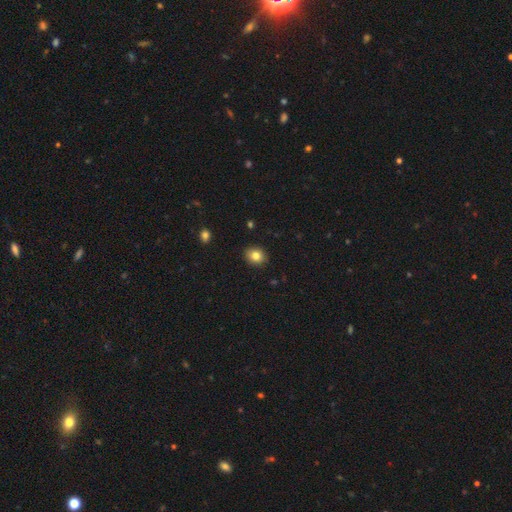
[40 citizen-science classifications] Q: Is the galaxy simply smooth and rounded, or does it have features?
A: smooth — 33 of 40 (82%).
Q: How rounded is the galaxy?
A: round — 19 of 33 (58%).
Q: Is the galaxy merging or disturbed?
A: none — 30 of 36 (83%).